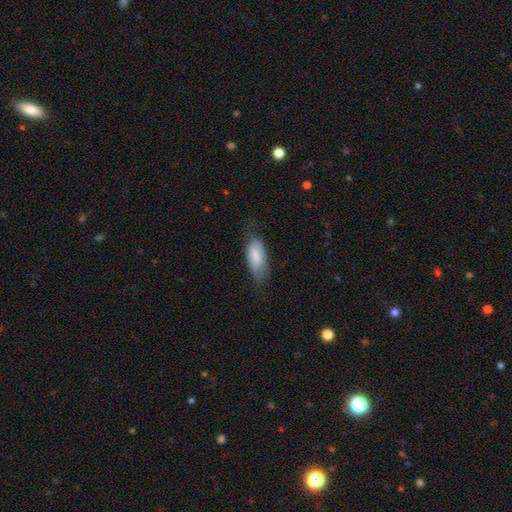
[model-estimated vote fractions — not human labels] smooth-or-featured: smooth: 79% | featured or disk: 15% | star or artifact: 6%
  how-rounded: in between: 84% | cigar-shaped: 14% | round: 2%
  merging: none: 58% | minor disturbance: 30% | major disturbance: 10% | merger: 1%